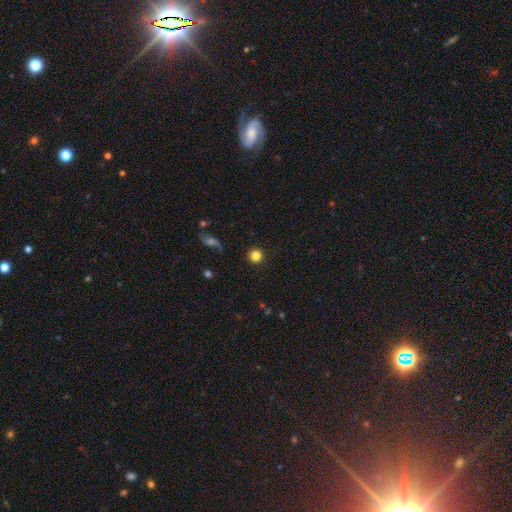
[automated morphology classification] This is clearly a smooth galaxy (83%). How rounded: clearly round (95%). Merging: clearly none (91%).